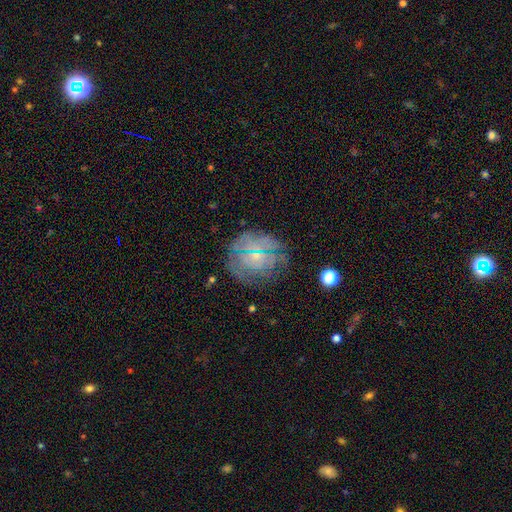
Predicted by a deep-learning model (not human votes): A featured or disk galaxy (52%). Merging: none (70%).